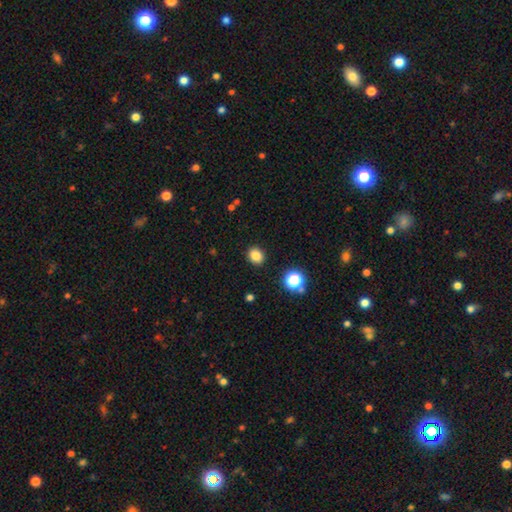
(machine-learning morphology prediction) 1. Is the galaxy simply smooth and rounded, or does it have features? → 83% smooth, 12% star or artifact, 5% featured or disk.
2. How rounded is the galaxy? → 65% round, 34% in between, 1% cigar-shaped.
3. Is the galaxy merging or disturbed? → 90% none, 6% minor disturbance, 2% major disturbance, 1% merger.